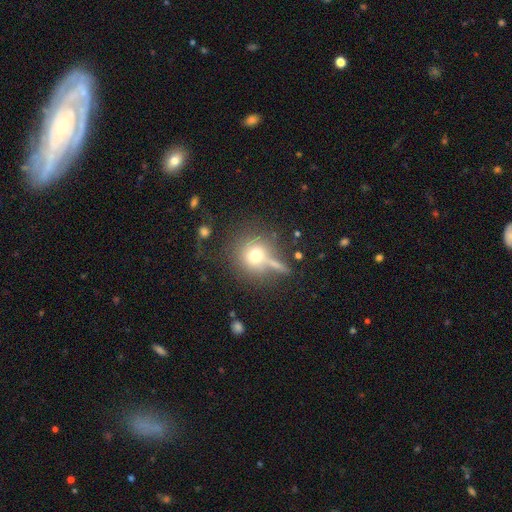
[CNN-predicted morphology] Smooth or featured? smooth (68%)
How rounded? round (91%)
Merging? none (61%)